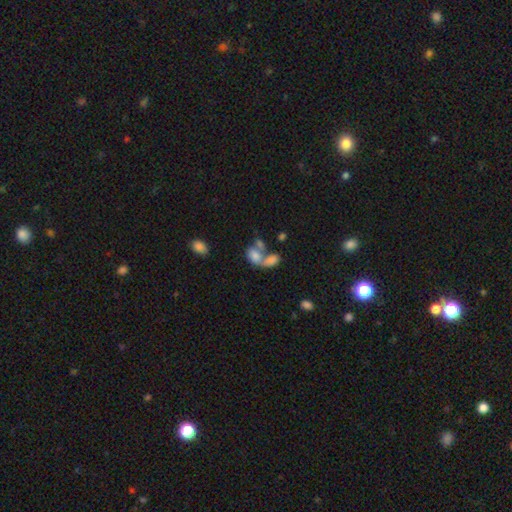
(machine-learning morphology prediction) smooth 71%, featured or disk 19%, star or artifact 10%. Down the decision tree: how rounded — in between (82%); merging — merger (64%).